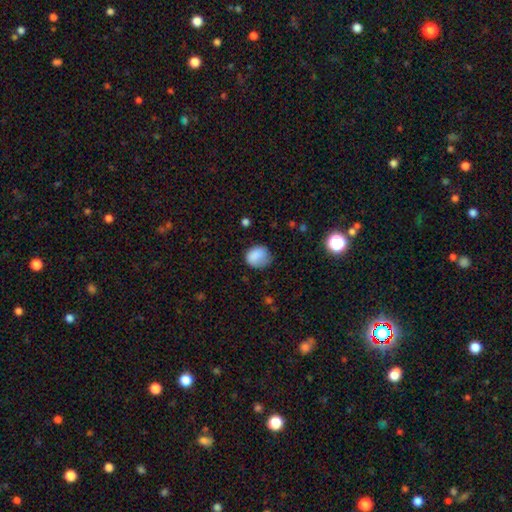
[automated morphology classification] smooth 84%, star or artifact 9%, featured or disk 7%. Down the decision tree: how rounded — round (61%); merging — none (57%).